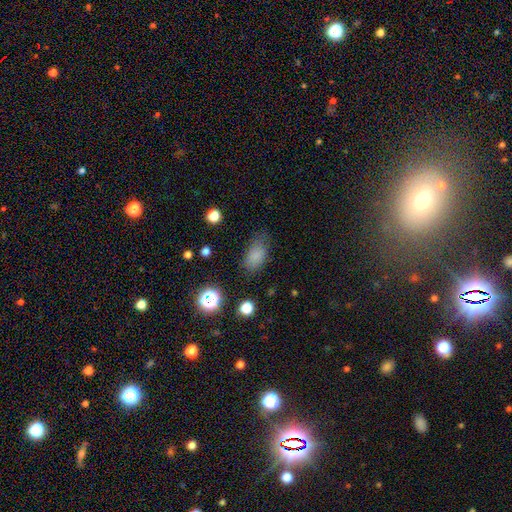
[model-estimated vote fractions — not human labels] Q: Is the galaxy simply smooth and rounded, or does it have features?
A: smooth — 80%.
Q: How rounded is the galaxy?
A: in between — 89%.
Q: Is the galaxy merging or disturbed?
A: none — 69%.